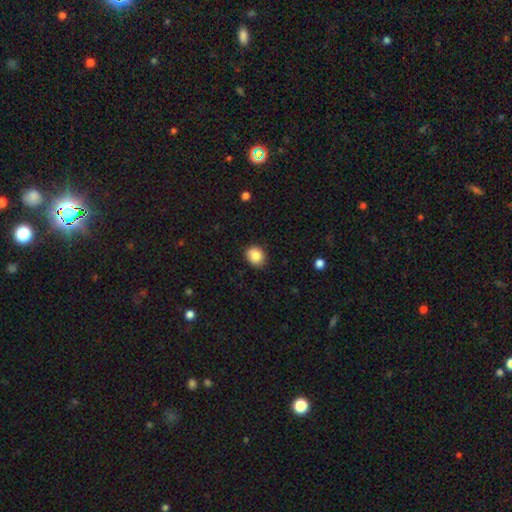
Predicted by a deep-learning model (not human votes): smooth_or_featured: smooth (p=0.84) [alt: star or artifact p=0.09]
how_rounded: round (p=0.64) [alt: in between p=0.35]
merging: none (p=0.86) [alt: minor disturbance p=0.11]